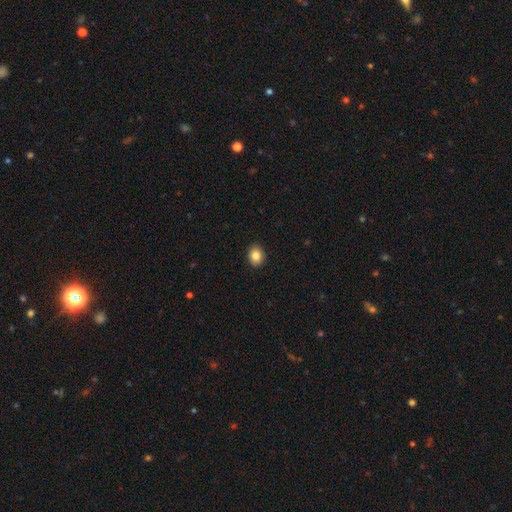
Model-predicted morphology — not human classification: Overall: smooth (85%). How rounded: round (55%; in between 45%). Merging: none (91%).